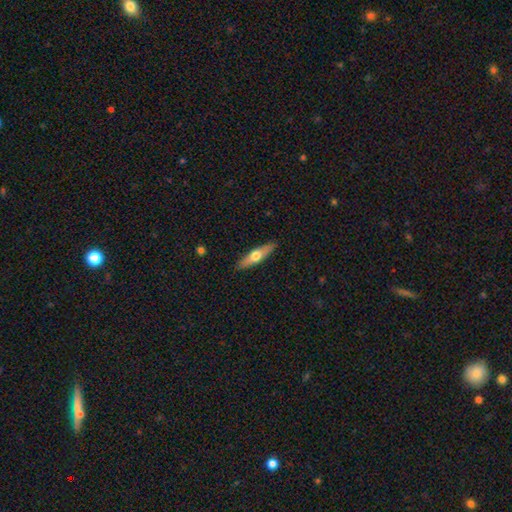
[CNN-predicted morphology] type=smooth (48%); merging=none (89%).